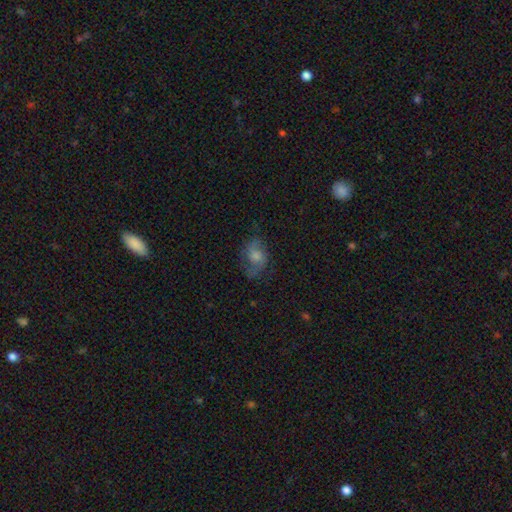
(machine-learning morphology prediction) Smooth or featured?
  - featured or disk: 58% *
  - smooth: 29%
  - star or artifact: 13%
Edge-on disk?
  - no: 96% *
  - yes: 4%
Bar?
  - no: 64% *
  - weak: 30%
  - strong: 5%
Spiral arms?
  - yes: 87% *
  - no: 13%
Bulge size?
  - moderate: 50% *
  - small: 30%
  - large: 12%
  - none: 7%
  - dominant: 2%
Merging?
  - none: 70% *
  - minor disturbance: 19%
  - major disturbance: 10%
  - merger: 1%